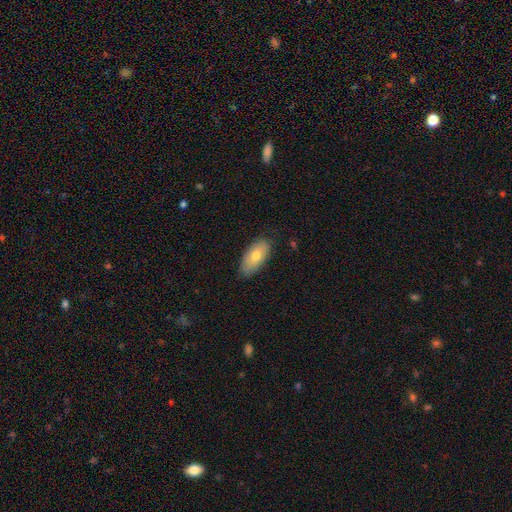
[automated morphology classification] The model was most divided on "smooth or featured": smooth: 71%, featured or disk: 23%, star or artifact: 6%. More confident: how rounded — in between (91%); merging — none (80%).